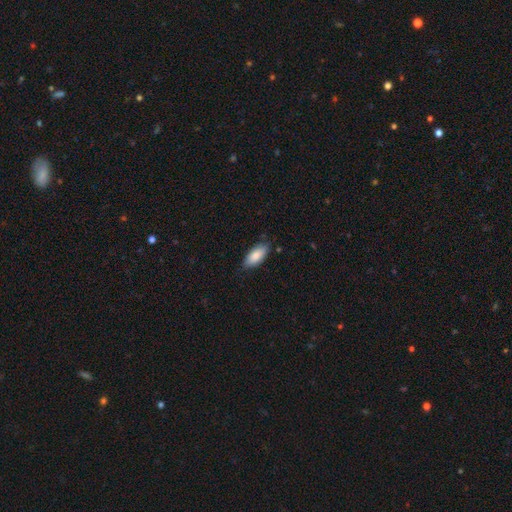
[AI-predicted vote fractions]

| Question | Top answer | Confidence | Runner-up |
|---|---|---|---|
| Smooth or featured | smooth | 85% | featured or disk (9%) |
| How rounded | in between | 87% | cigar-shaped (11%) |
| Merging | none | 79% | minor disturbance (17%) |